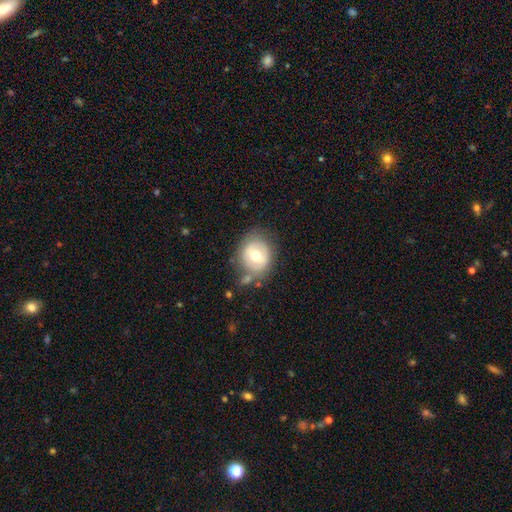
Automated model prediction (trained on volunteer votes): Q: Smooth or featured?
A: smooth (48%); runner-up: featured or disk (44%)
Q: Merging?
A: none (65%); runner-up: minor disturbance (19%)